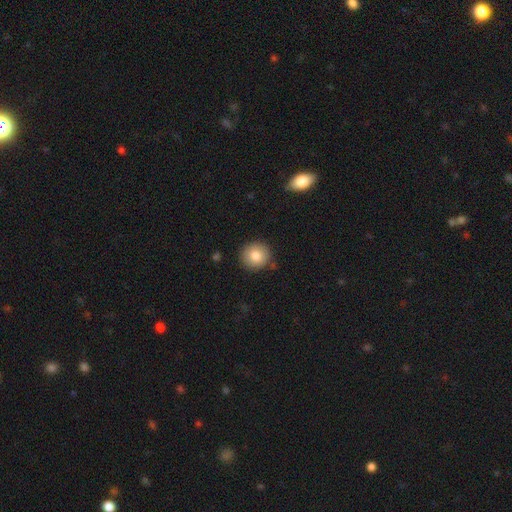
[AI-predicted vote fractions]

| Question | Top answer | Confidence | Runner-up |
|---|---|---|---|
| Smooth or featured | smooth | 82% | featured or disk (9%) |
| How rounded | round | 92% | in between (7%) |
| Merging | none | 88% | minor disturbance (8%) |